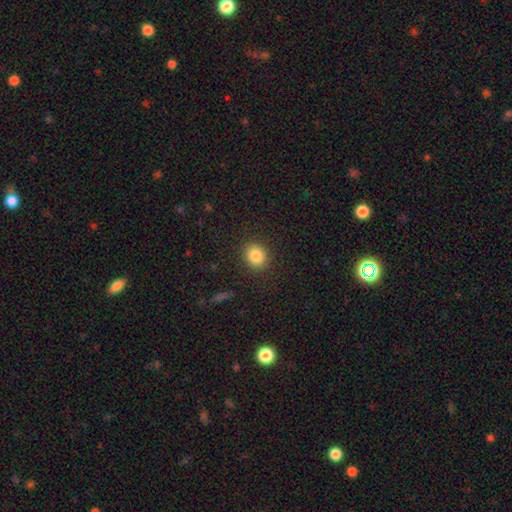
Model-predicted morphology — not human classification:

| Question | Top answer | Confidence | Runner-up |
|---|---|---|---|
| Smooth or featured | smooth | 84% | star or artifact (10%) |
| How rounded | round | 67% | in between (32%) |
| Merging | none | 89% | minor disturbance (7%) |